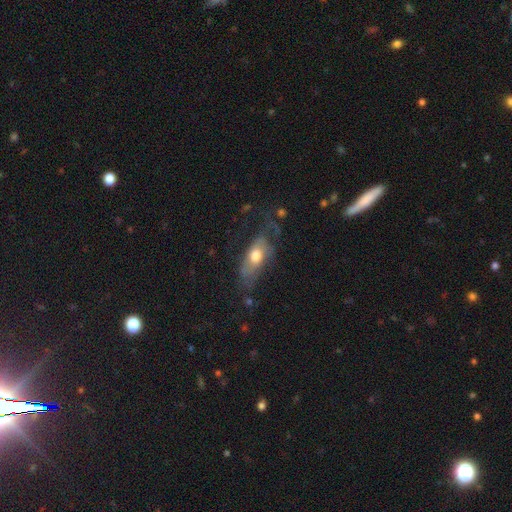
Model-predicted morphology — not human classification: type=smooth (51%); roundness=in between (78%); merging=none (40%).